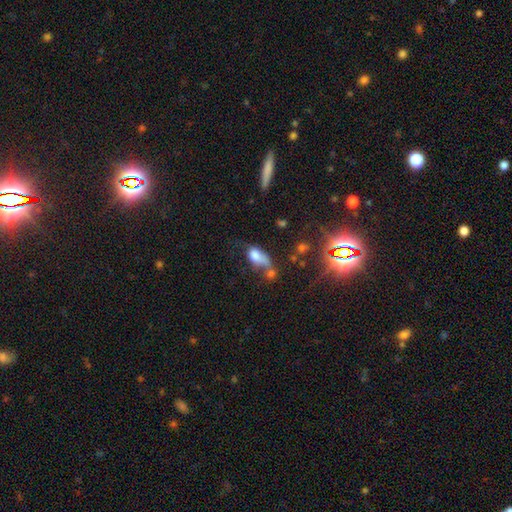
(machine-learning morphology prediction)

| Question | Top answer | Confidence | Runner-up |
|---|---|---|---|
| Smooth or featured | smooth | 67% | featured or disk (20%) |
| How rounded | in between | 79% | round (14%) |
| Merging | merger | 37% | major disturbance (26%) |